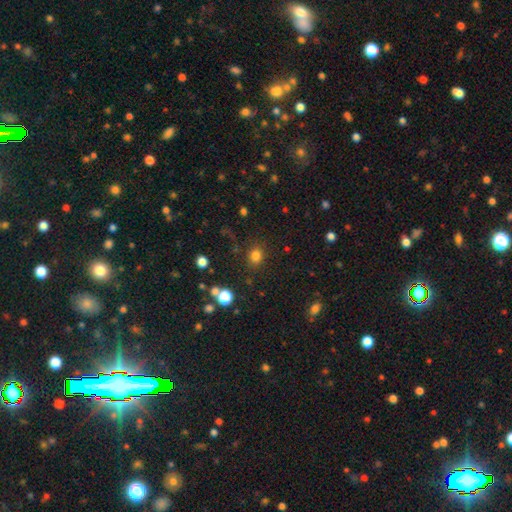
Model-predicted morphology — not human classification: The model was most divided on "how rounded": round: 70%, in between: 29%, cigar-shaped: 1%. More confident: merging — none (84%); smooth or featured — smooth (80%).